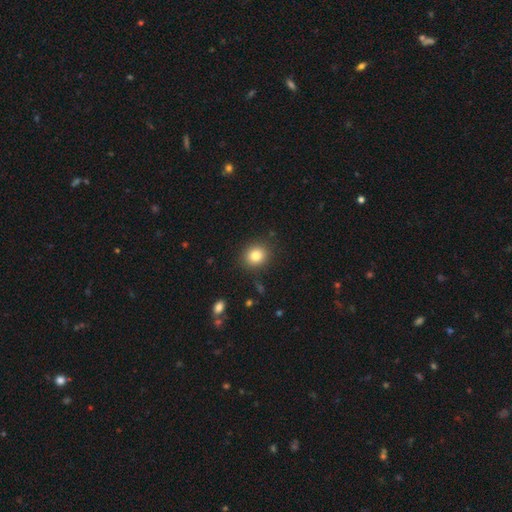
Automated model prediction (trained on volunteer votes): This appears to be a smooth galaxy with no disk features (82%) that is round (81%). Merging: none (89%).